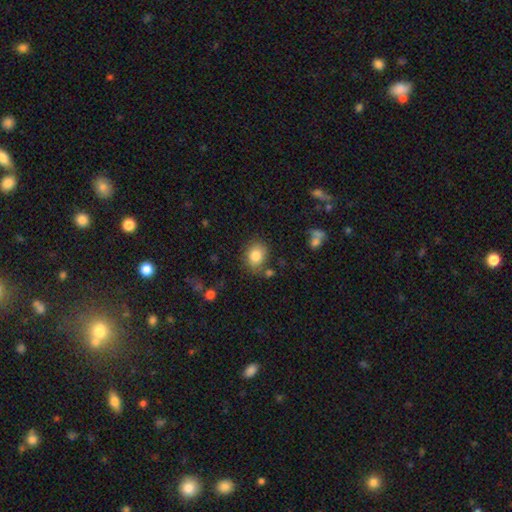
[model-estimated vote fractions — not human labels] This is clearly a smooth galaxy (83%). How rounded: possibly round (54%). Merging: likely none (74%).